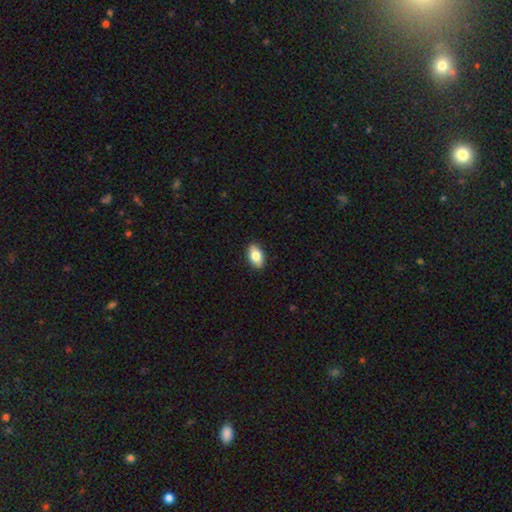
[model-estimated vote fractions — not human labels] Smooth or featured: smooth — 79% (featured or disk — 14%)
How rounded: in between — 89% (round — 7%)
Merging: none — 90% (minor disturbance — 8%)